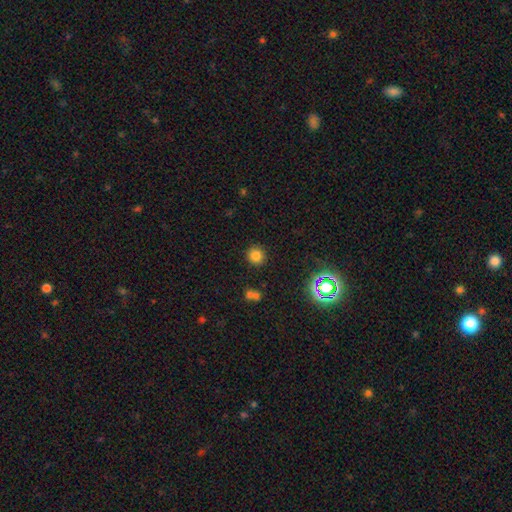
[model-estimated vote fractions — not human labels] A smooth galaxy with no disk features (78%) that is round (92%). Merging: none (87%).